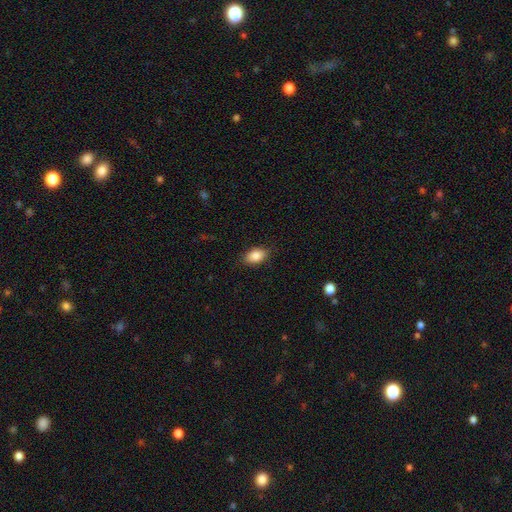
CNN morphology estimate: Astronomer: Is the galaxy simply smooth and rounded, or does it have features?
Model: smooth — 87%.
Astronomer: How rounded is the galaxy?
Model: in between — 88%.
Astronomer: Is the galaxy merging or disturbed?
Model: none — 86%.